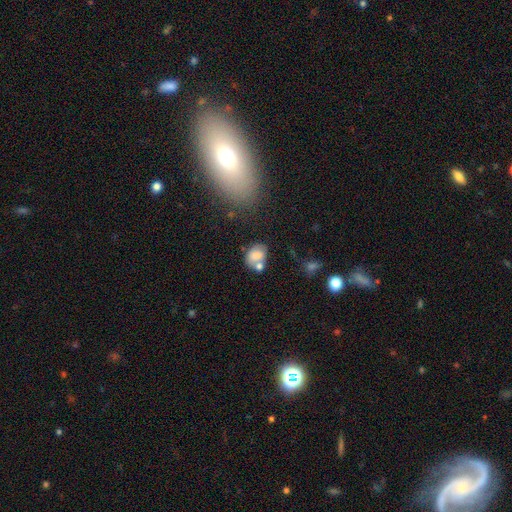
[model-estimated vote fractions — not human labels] Overall: smooth (74%). How rounded: in between (67%; round 32%). Merging: none (42%; merger 32%).